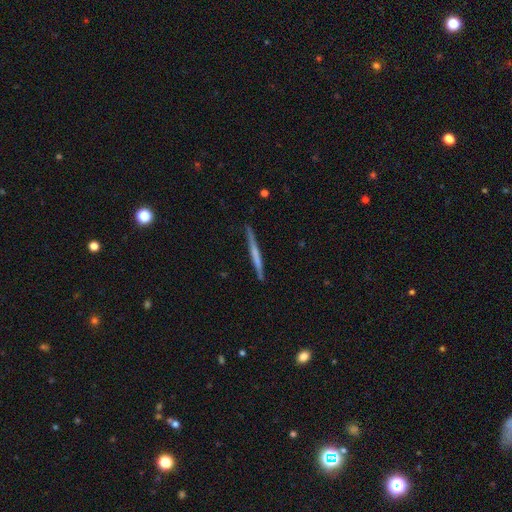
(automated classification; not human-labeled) This appears to be a featured or disk galaxy (51%) viewed edge-on (97%). Merging: none (88%).